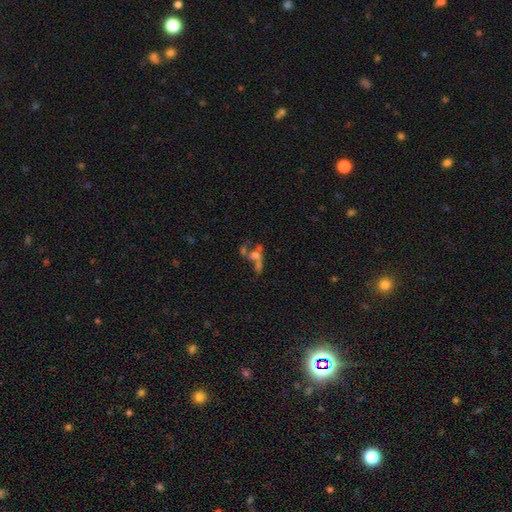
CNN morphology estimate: featured or disk 44%, smooth 33%, star or artifact 22%. Down the decision tree: merging — merger (46%).